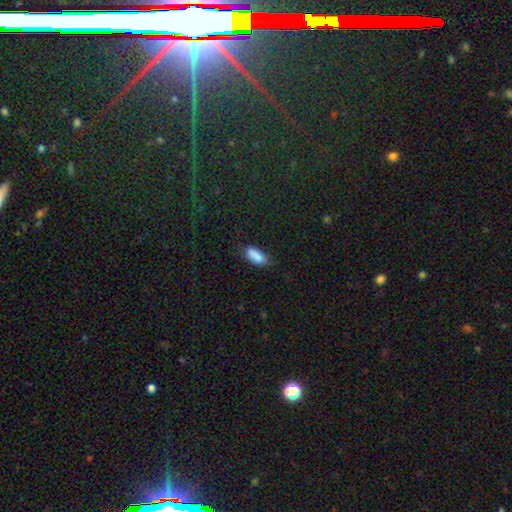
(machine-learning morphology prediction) Overall: smooth (84%). How rounded: in between (80%). Merging: none (63%; minor disturbance 26%).